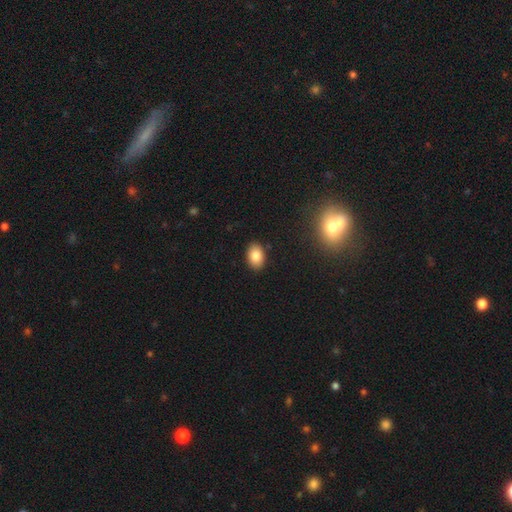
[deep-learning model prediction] smooth 84%, star or artifact 9%, featured or disk 7%. Down the decision tree: how rounded — in between (86%); merging — none (89%).